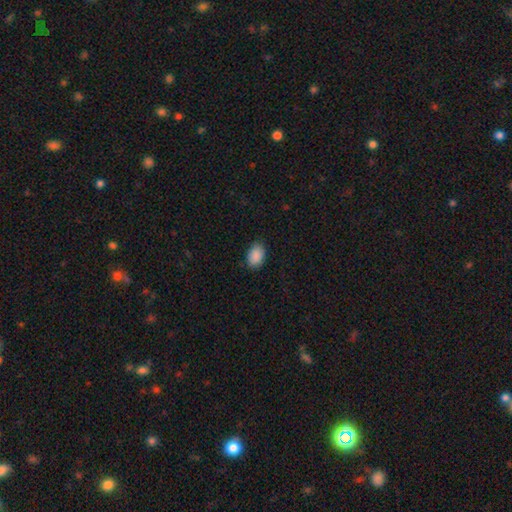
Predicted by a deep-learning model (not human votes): The model was most divided on "merging": none: 82%, minor disturbance: 14%, major disturbance: 3%, merger: 1%. More confident: smooth or featured — smooth (90%); how rounded — in between (84%).